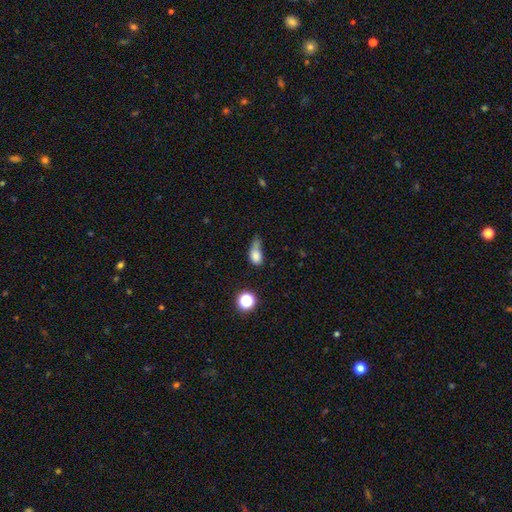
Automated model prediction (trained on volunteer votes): A smooth galaxy with no disk features (78%) that is in between round and cigar-shaped (70%). Merging: minor disturbance (32%).